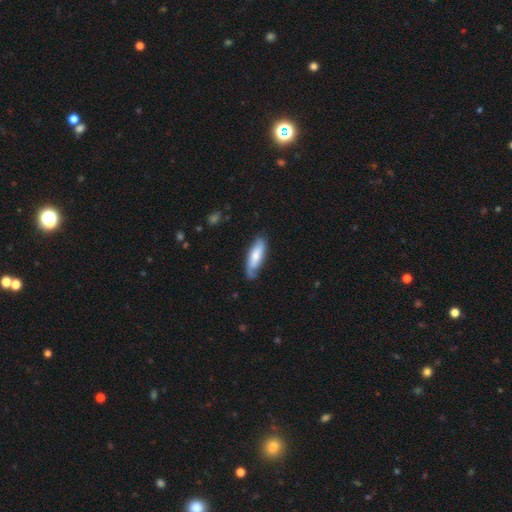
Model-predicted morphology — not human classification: This is likely a smooth galaxy (63%). How rounded: possibly in between (54%). Merging: likely none (65%).